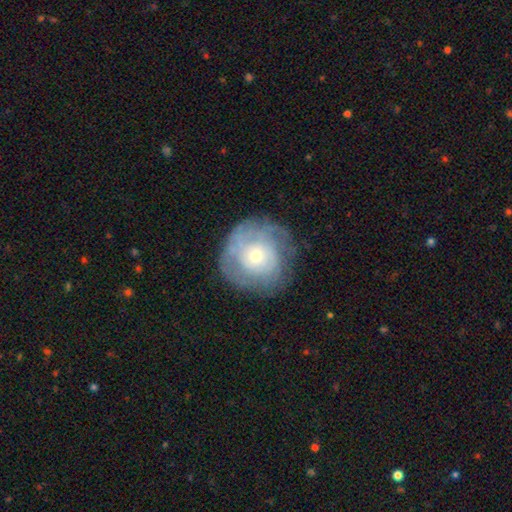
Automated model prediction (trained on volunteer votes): Q: Smooth or featured?
A: featured or disk (62%); runner-up: smooth (30%)
Q: Edge-on disk?
A: no (97%); runner-up: yes (3%)
Q: Bar?
A: no (84%); runner-up: weak (13%)
Q: Spiral arms?
A: yes (71%); runner-up: no (29%)
Q: Bulge size?
A: small (61%); runner-up: moderate (33%)
Q: Merging?
A: none (73%); runner-up: minor disturbance (17%)